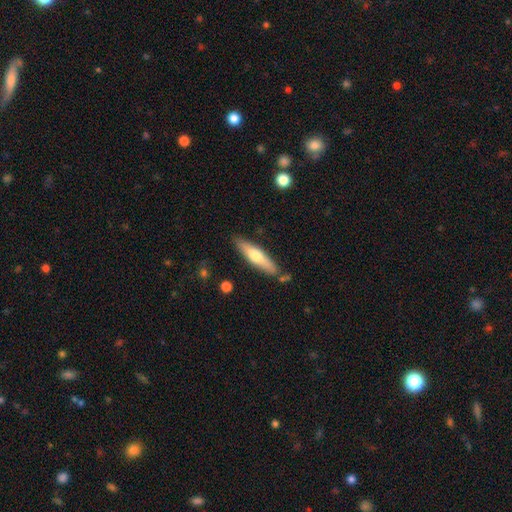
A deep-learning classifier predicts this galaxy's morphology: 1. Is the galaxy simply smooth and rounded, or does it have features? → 57% smooth, 38% featured or disk, 5% star or artifact.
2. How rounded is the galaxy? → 77% cigar-shaped, 21% in between, 2% round.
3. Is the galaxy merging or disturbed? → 82% none, 12% minor disturbance, 4% merger, 2% major disturbance.